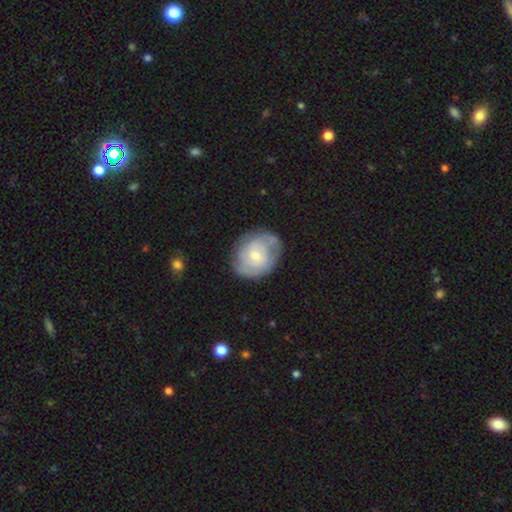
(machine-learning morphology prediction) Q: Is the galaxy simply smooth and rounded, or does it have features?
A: smooth — 49%.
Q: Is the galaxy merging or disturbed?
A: none — 67%.